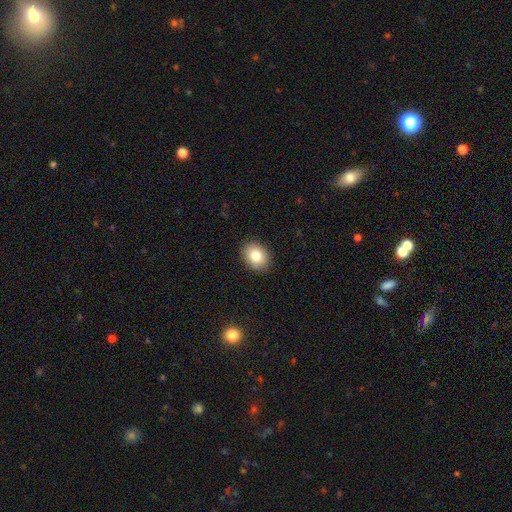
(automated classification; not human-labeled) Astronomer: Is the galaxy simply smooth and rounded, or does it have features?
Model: smooth — 82%.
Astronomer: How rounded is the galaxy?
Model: in between — 54% (runner-up: round, 45%).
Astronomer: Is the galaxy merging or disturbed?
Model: none — 88%.